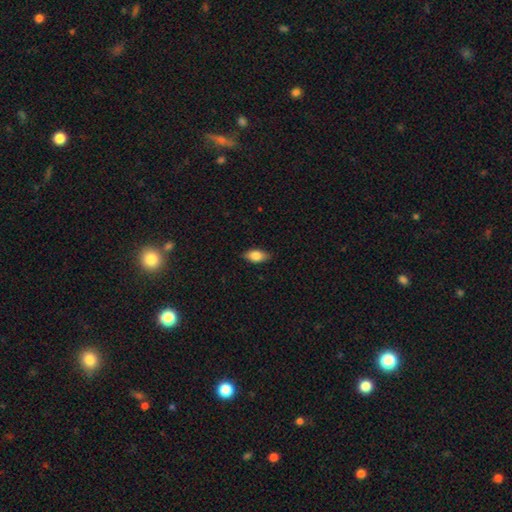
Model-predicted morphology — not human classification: This appears to be a smooth galaxy with no disk features (80%) that is in between round and cigar-shaped (88%). Merging: none (84%).